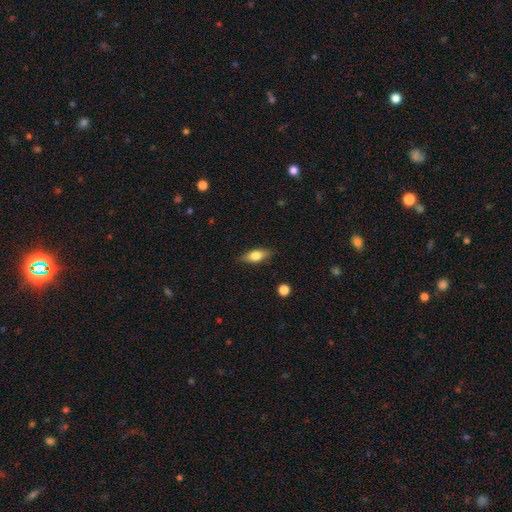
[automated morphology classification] This appears to be a smooth galaxy with no disk features (65%) that is in between round and cigar-shaped (74%). Merging: none (84%).